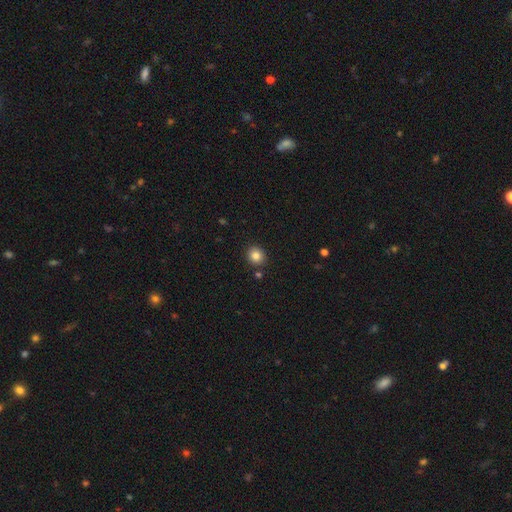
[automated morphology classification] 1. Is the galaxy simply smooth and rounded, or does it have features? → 84% smooth, 11% star or artifact, 5% featured or disk.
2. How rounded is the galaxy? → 78% round, 21% in between, 1% cigar-shaped.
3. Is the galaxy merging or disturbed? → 87% none, 7% minor disturbance, 4% merger, 2% major disturbance.